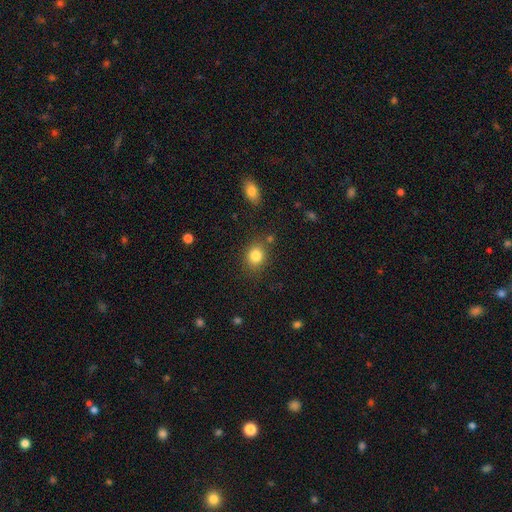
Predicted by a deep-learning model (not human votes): Smooth or featured: smooth — 83% (star or artifact — 10%)
How rounded: round — 60% (in between — 39%)
Merging: none — 79% (minor disturbance — 12%)